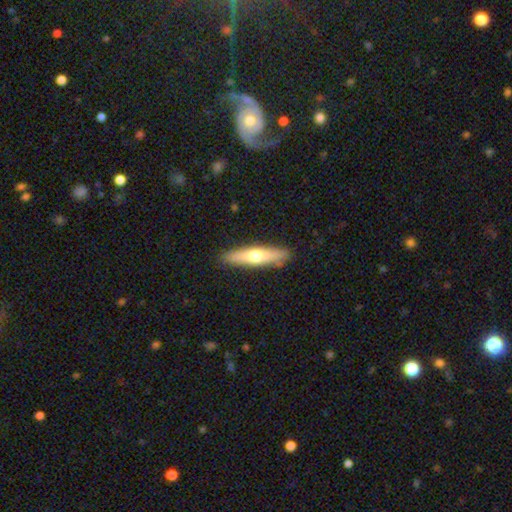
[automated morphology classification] smooth 55%, featured or disk 40%, star or artifact 5%. Down the decision tree: how rounded — cigar-shaped (81%); merging — none (89%).